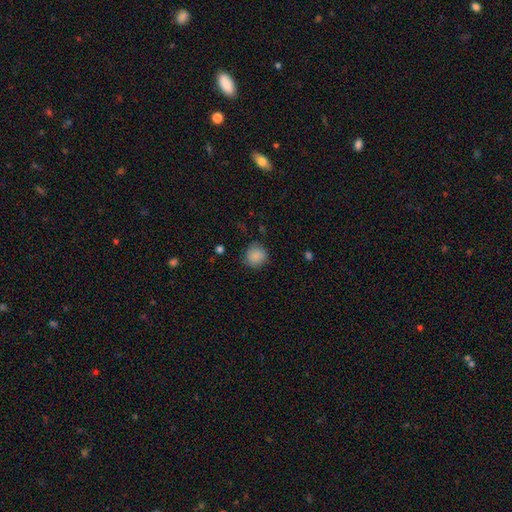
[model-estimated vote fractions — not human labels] This is clearly a smooth galaxy (87%). How rounded: clearly round (88%). Merging: likely none (78%).